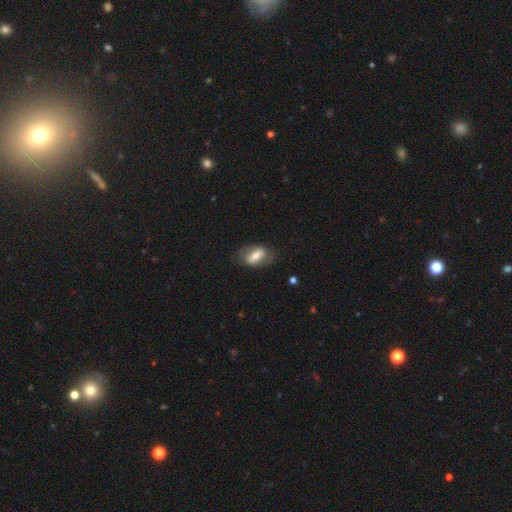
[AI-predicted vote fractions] Smooth or featured? smooth (57%)
How rounded? in between (85%)
Merging? none (71%)